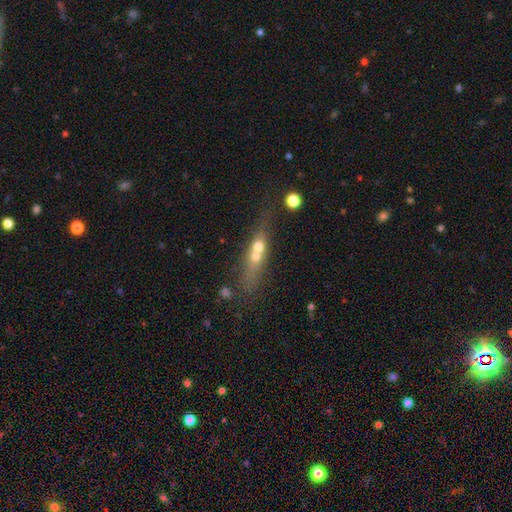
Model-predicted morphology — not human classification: Overall: featured or disk (46%; smooth 37%). Merging: none (58%; minor disturbance 18%).